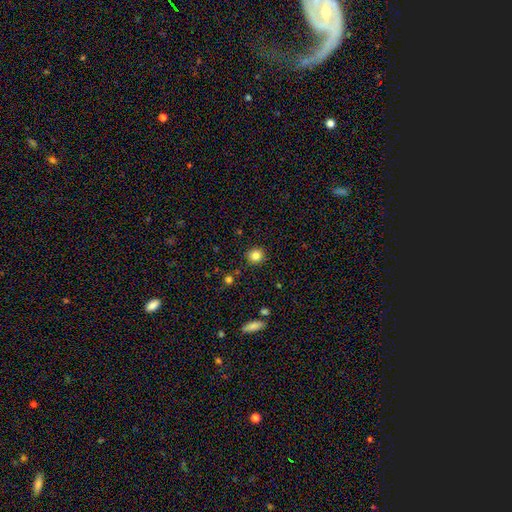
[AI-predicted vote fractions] This is clearly a smooth galaxy (83%). How rounded: clearly round (90%). Merging: clearly none (90%).